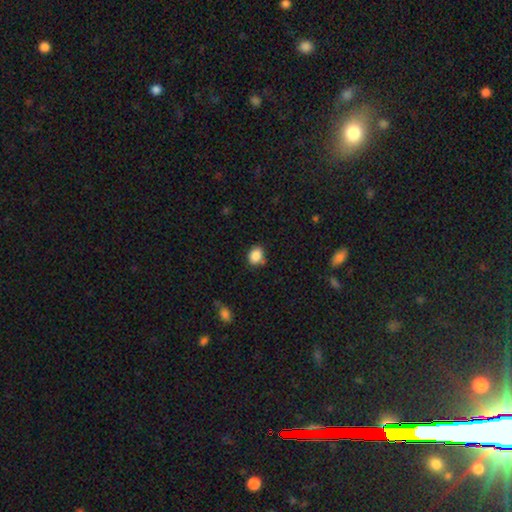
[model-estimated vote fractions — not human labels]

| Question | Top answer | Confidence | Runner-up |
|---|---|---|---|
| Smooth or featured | smooth | 87% | star or artifact (9%) |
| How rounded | in between | 50% | round (49%) |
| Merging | none | 72% | minor disturbance (18%) |